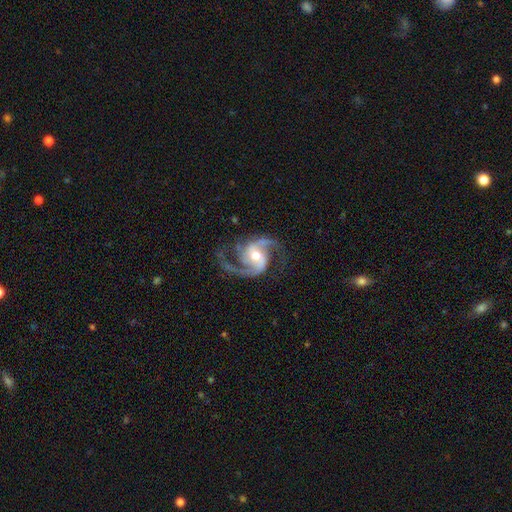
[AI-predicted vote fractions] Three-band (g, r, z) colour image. It shows a featured or disk galaxy (92%) with no bar (45%), 2 (89%) medium (58%) spiral arms (98%) and a moderate central bulge (69%). Merging: none (75%).